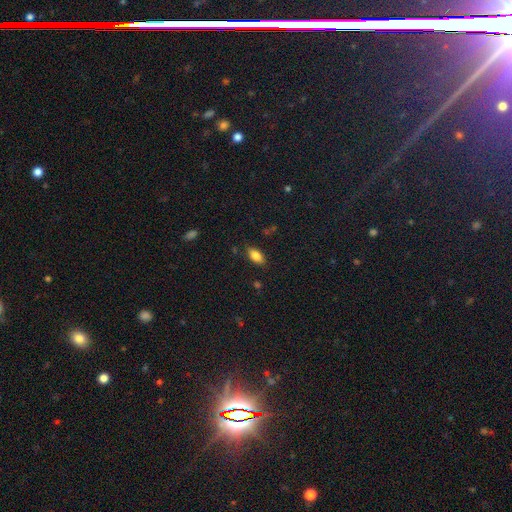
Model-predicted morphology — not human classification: smooth-or-featured: smooth: 84% | star or artifact: 8% | featured or disk: 8%
  how-rounded: in between: 90% | cigar-shaped: 7% | round: 3%
  merging: none: 84% | minor disturbance: 11% | major disturbance: 3% | merger: 1%